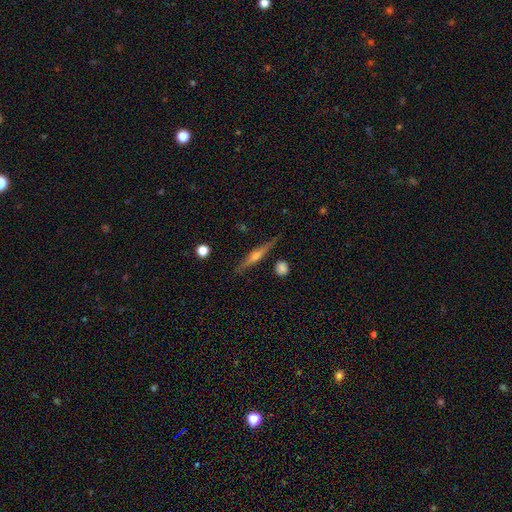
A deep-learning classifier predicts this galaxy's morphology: type=featured or disk (73%); edge-on=yes (97%); edge-on bulge=rounded (88%); merging=none (85%).